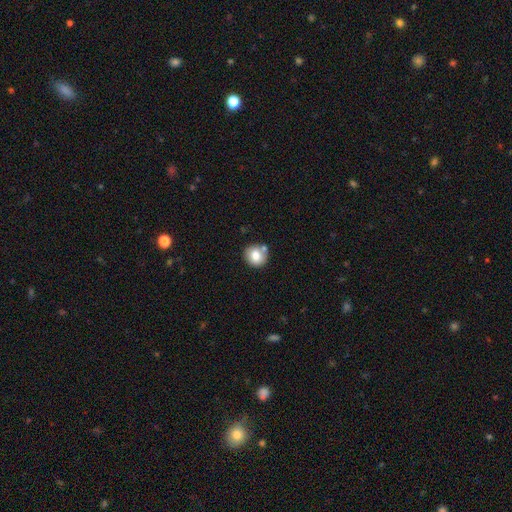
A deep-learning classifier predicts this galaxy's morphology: A smooth galaxy with no disk features (78%) that is round (86%).

Vote fractions:
- Smooth or featured? smooth: 78% / featured or disk: 13% / star or artifact: 9%
- How rounded? round: 86% / in between: 13% / cigar-shaped: 1%
- Merging? none: 69% / merger: 15% / minor disturbance: 12% / major disturbance: 3%